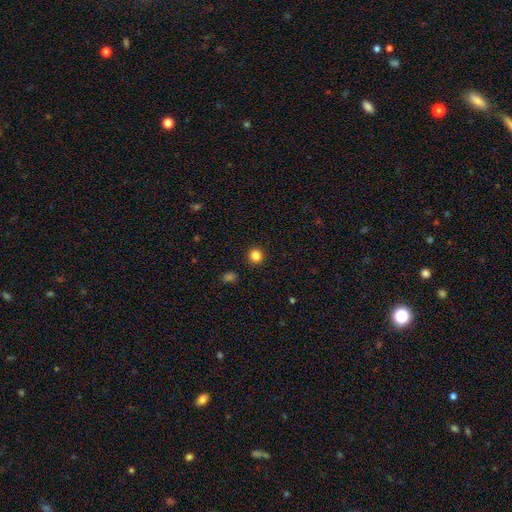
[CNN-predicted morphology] Smooth or featured?
  - smooth: 85% *
  - star or artifact: 12%
  - featured or disk: 4%
How rounded?
  - round: 88% *
  - in between: 11%
  - cigar-shaped: 1%
Merging?
  - none: 92% *
  - minor disturbance: 5%
  - major disturbance: 2%
  - merger: 1%